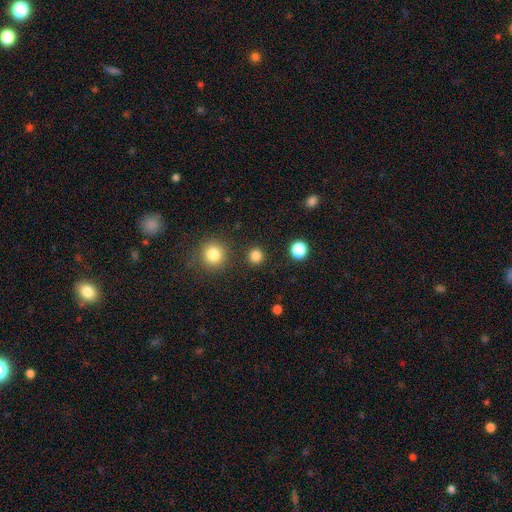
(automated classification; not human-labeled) smooth-or-featured: smooth: 83% | star or artifact: 13% | featured or disk: 3%
  how-rounded: round: 94% | in between: 5% | cigar-shaped: 1%
  merging: none: 90% | minor disturbance: 5% | merger: 3% | major disturbance: 2%